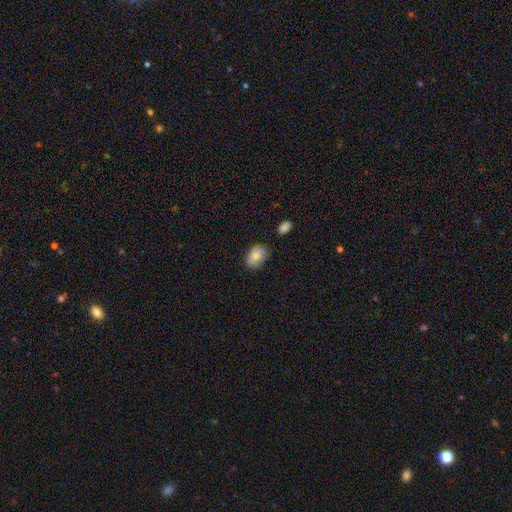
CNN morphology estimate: A smooth galaxy with no disk features (83%) that is in between round and cigar-shaped (83%).

Vote fractions:
- Smooth or featured? smooth: 83% / featured or disk: 10% / star or artifact: 7%
- How rounded? in between: 83% / round: 16% / cigar-shaped: 1%
- Merging? none: 73% / minor disturbance: 21% / major disturbance: 4% / merger: 3%